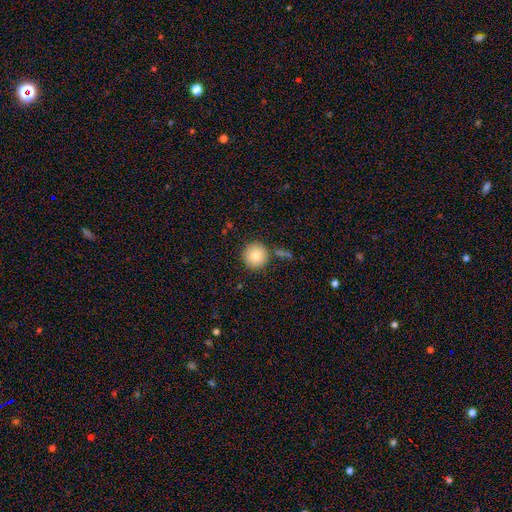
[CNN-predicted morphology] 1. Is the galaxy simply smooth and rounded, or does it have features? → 81% smooth, 9% star or artifact, 9% featured or disk.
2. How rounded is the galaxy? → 96% round, 3% in between, 1% cigar-shaped.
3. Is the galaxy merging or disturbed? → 86% none, 8% minor disturbance, 4% merger, 2% major disturbance.